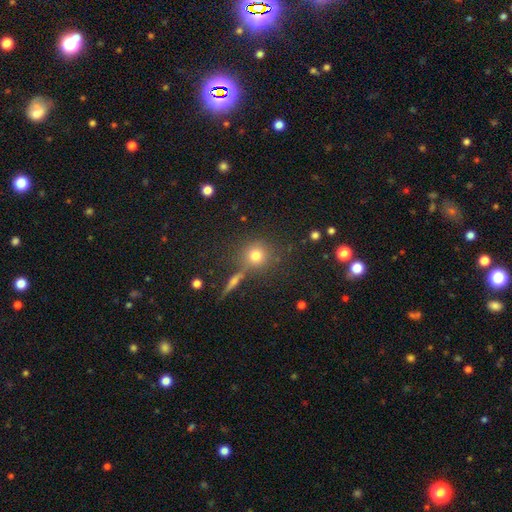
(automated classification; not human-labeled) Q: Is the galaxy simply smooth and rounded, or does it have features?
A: smooth — 73%.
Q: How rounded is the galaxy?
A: round — 90%.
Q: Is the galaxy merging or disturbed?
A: none — 75%.